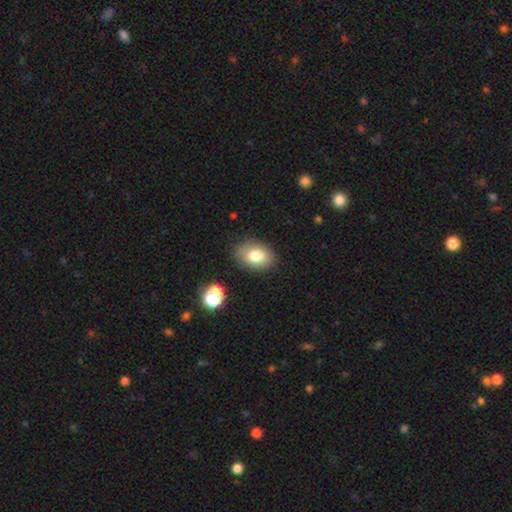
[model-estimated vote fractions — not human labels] smooth 78%, featured or disk 13%, star or artifact 10%. Down the decision tree: how rounded — in between (78%); merging — none (85%).